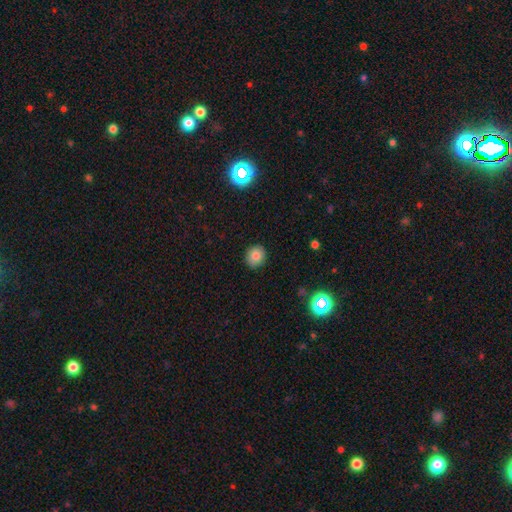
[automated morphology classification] A smooth galaxy with no disk features (81%) that is round (77%). Merging: none (90%).